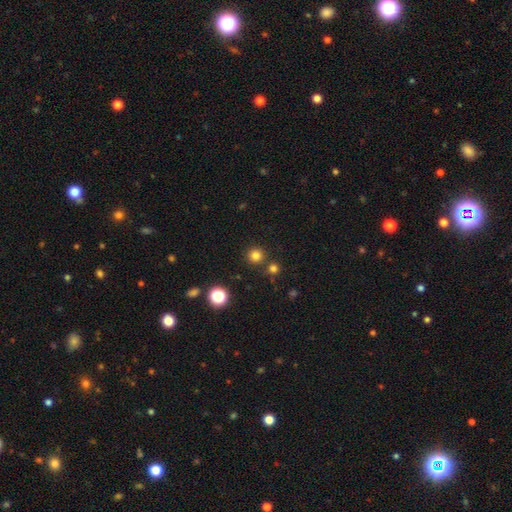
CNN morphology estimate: Smooth or featured? smooth (79%)
How rounded? round (95%)
Merging? none (84%)